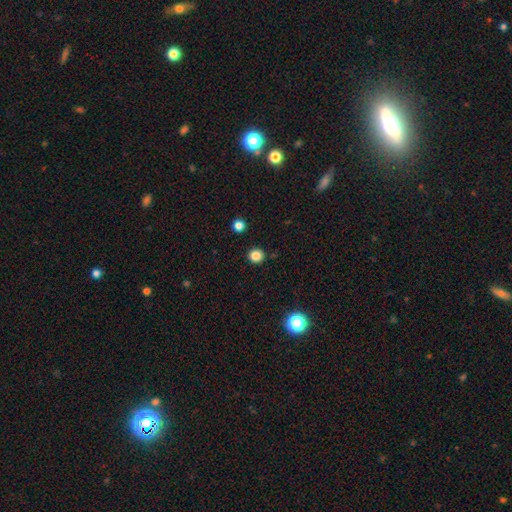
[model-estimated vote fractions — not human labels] smooth 84%, star or artifact 13%, featured or disk 3%. Down the decision tree: how rounded — round (94%); merging — none (92%).